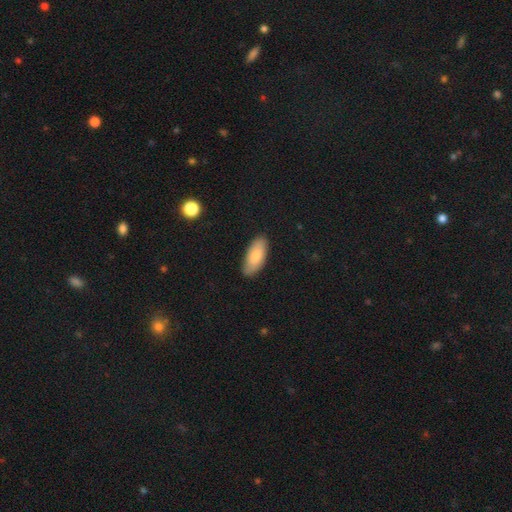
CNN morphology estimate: Q: Smooth or featured?
A: smooth (83%); runner-up: featured or disk (11%)
Q: How rounded?
A: in between (87%); runner-up: cigar-shaped (11%)
Q: Merging?
A: none (86%); runner-up: minor disturbance (11%)